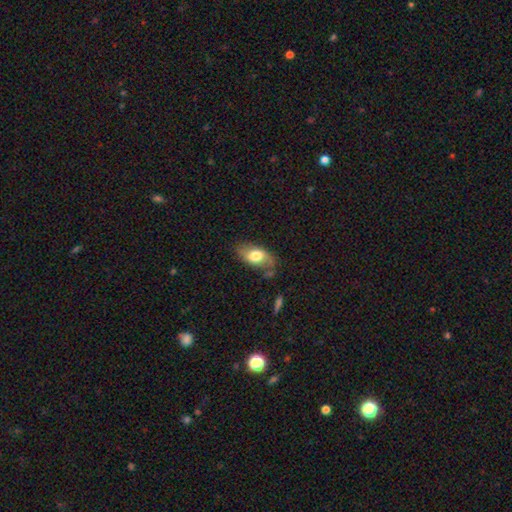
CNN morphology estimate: smooth 67%, featured or disk 26%, star or artifact 7%. Down the decision tree: how rounded — in between (90%); merging — none (62%).